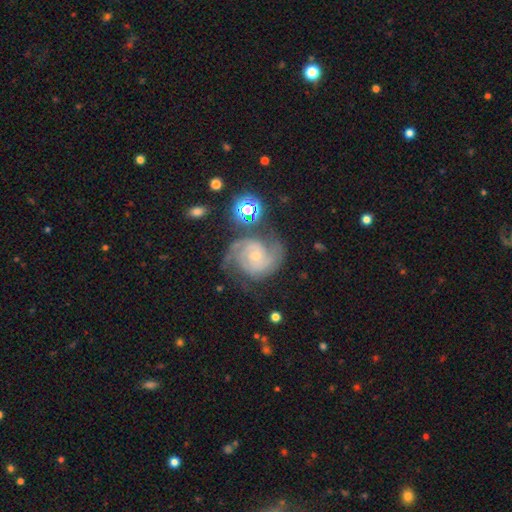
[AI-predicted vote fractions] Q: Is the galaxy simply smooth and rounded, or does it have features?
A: featured or disk — 88%.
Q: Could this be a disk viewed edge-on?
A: no — 98%.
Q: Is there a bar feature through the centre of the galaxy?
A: no — 69%.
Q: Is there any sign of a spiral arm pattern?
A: yes — 98%.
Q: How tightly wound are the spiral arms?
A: tight — 51%.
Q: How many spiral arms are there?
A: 2 — 69%.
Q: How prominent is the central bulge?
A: small — 66%.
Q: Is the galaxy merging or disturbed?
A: none — 70%.